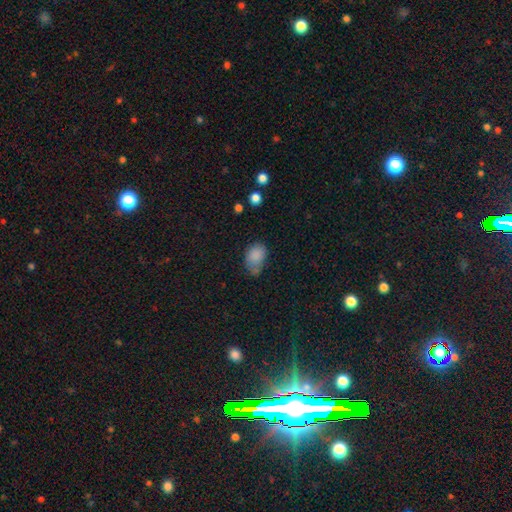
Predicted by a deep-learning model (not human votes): Smooth or featured? smooth (84%)
How rounded? in between (76%)
Merging? none (45%)